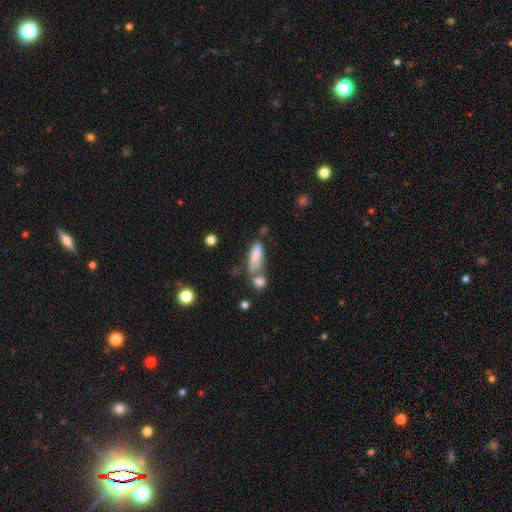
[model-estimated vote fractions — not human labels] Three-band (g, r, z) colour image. It shows a smooth galaxy with no disk features (80%) that is in between round and cigar-shaped (65%). Merging: none (36%).